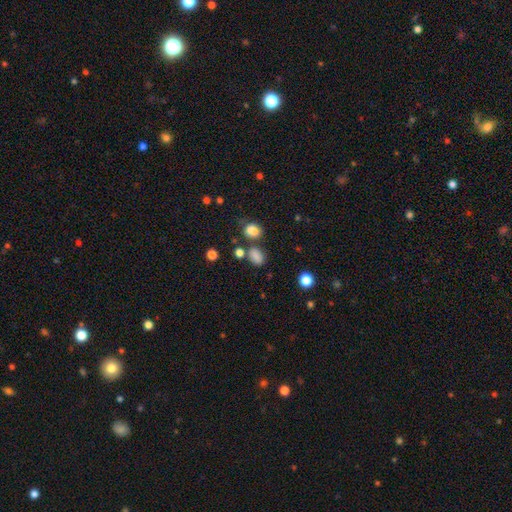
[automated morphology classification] smooth-or-featured: smooth: 78% | star or artifact: 16% | featured or disk: 6%
  how-rounded: in between: 72% | round: 26% | cigar-shaped: 1%
  merging: none: 62% | merger: 18% | minor disturbance: 15% | major disturbance: 6%